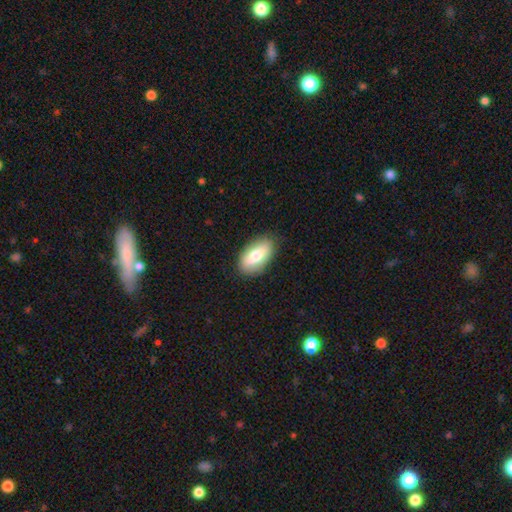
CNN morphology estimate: Overall: smooth (70%). How rounded: in between (90%). Merging: none (86%).